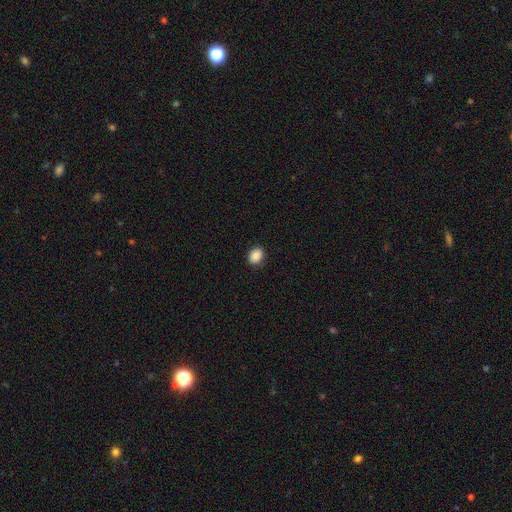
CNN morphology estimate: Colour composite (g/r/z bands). It shows a smooth galaxy with no disk features (88%) that is round (52%). Merging: none (89%).